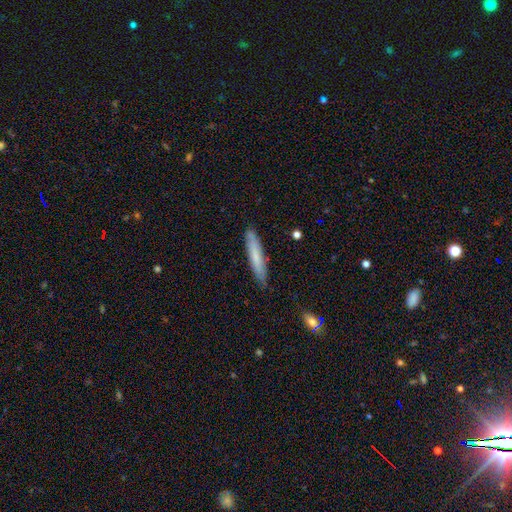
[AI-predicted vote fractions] Smooth or featured: smooth — 70% (featured or disk — 24%)
How rounded: cigar-shaped — 91% (in between — 8%)
Merging: none — 83% (minor disturbance — 14%)